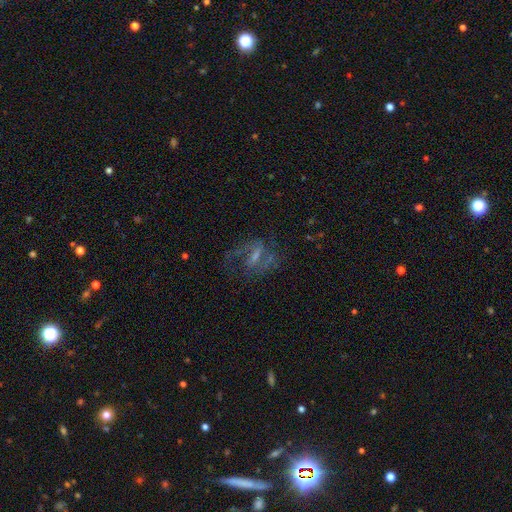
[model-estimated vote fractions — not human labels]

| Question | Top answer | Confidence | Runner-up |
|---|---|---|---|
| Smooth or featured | featured or disk | 73% | smooth (16%) |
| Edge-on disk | no | 95% | yes (5%) |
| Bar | weak | 45% | strong (38%) |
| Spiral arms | yes | 82% | no (18%) |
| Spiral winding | medium | 49% | loose (35%) |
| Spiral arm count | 2 | 75% | can't tell (11%) |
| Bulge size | small | 40% | moderate (30%) |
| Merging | none | 56% | major disturbance (24%) |